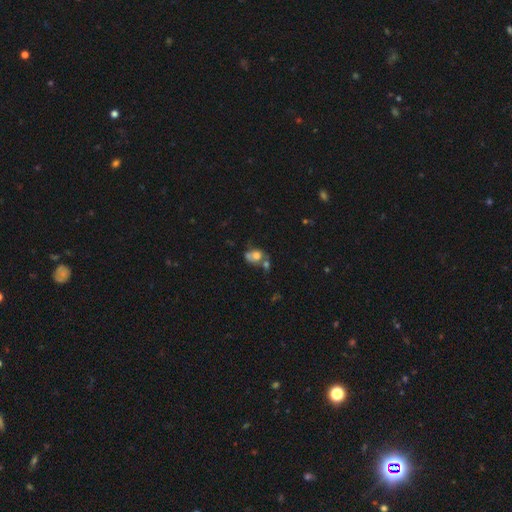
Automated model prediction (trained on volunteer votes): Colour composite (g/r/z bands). It shows a smooth galaxy with no disk features (57%) that is in between round and cigar-shaped (54%). Merging: merger (43%).